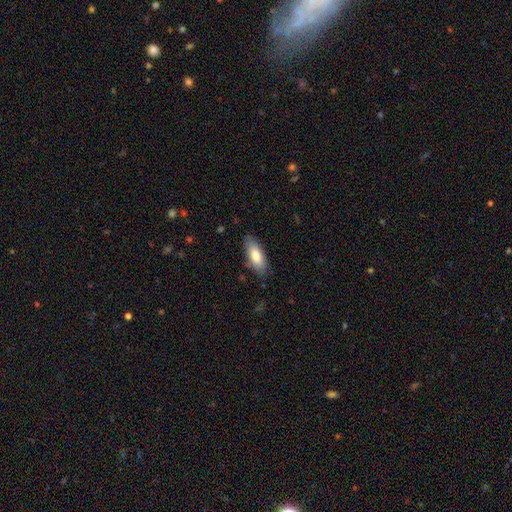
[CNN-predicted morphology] This appears to be a smooth galaxy with no disk features (79%) that is in between round and cigar-shaped (76%). Merging: none (83%).